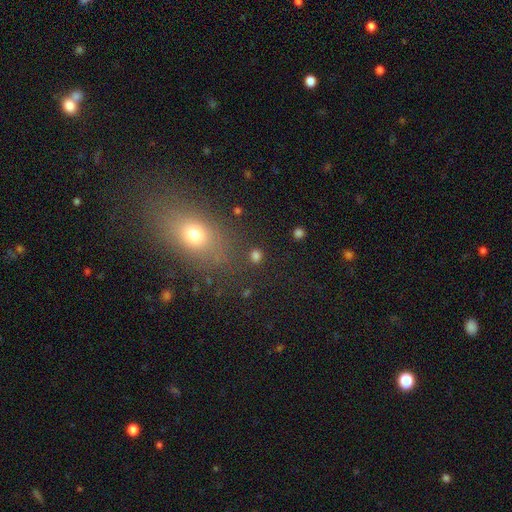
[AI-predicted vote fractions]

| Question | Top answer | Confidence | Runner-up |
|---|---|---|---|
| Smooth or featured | smooth | 78% | star or artifact (17%) |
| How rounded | round | 75% | in between (24%) |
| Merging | none | 84% | minor disturbance (8%) |